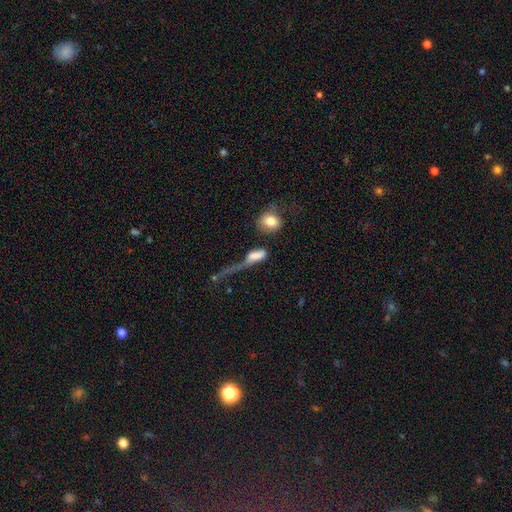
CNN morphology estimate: A smooth galaxy with no disk features (65%) that is in between round and cigar-shaped (61%). Merging: major disturbance (47%).